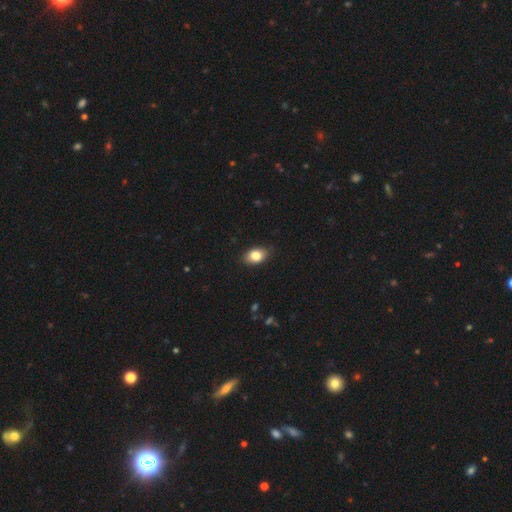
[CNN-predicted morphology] Smooth or featured?
  - smooth: 83% *
  - featured or disk: 9%
  - star or artifact: 8%
How rounded?
  - in between: 82% *
  - round: 17%
  - cigar-shaped: 1%
Merging?
  - none: 86% *
  - minor disturbance: 11%
  - major disturbance: 2%
  - merger: 1%